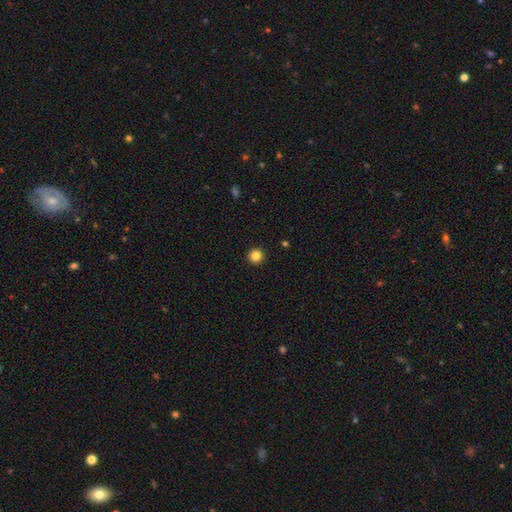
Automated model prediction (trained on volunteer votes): Overall: smooth (85%). How rounded: round (96%). Merging: none (94%).